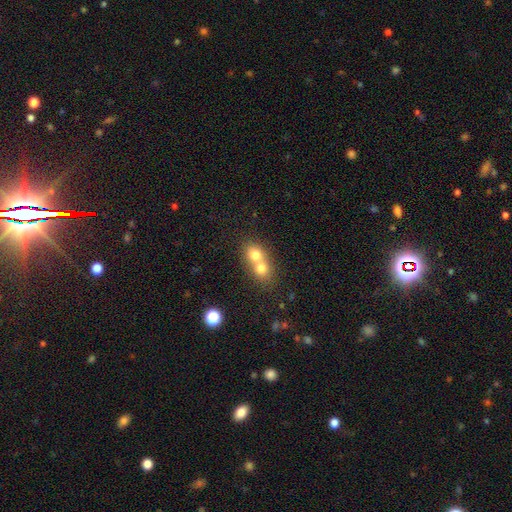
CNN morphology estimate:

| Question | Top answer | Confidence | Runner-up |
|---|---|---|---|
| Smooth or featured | smooth | 72% | featured or disk (17%) |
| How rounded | round | 66% | in between (32%) |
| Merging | merger | 71% | none (22%) |